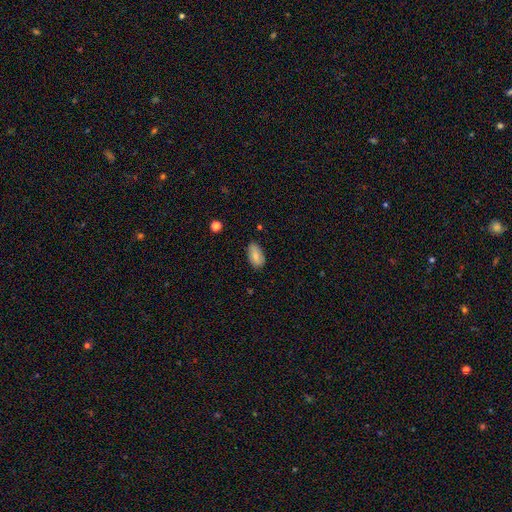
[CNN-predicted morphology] Smooth or featured?
  - smooth: 76% *
  - featured or disk: 17%
  - star or artifact: 7%
How rounded?
  - in between: 93% *
  - round: 4%
  - cigar-shaped: 3%
Merging?
  - none: 79% *
  - minor disturbance: 17%
  - major disturbance: 3%
  - merger: 1%